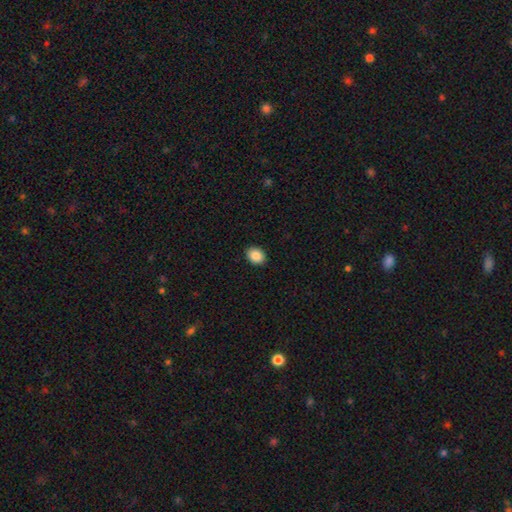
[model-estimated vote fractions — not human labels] The model was most divided on "how rounded": in between: 60%, round: 39%, cigar-shaped: 1%. More confident: merging — none (91%); smooth or featured — smooth (88%).